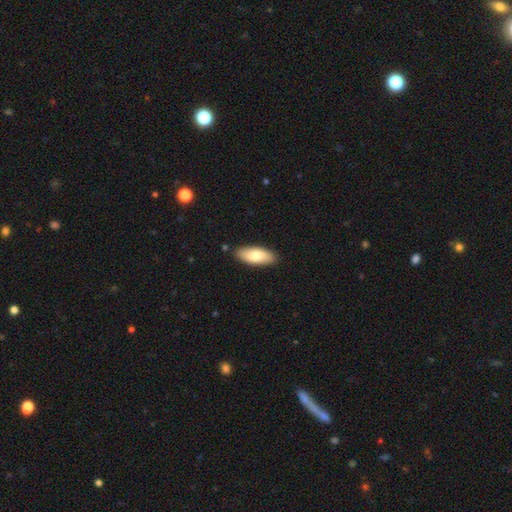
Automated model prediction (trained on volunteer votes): Smooth or featured?
  - smooth: 77% *
  - featured or disk: 18%
  - star or artifact: 5%
How rounded?
  - in between: 83% *
  - cigar-shaped: 15%
  - round: 2%
Merging?
  - none: 88% *
  - minor disturbance: 9%
  - major disturbance: 2%
  - merger: 2%